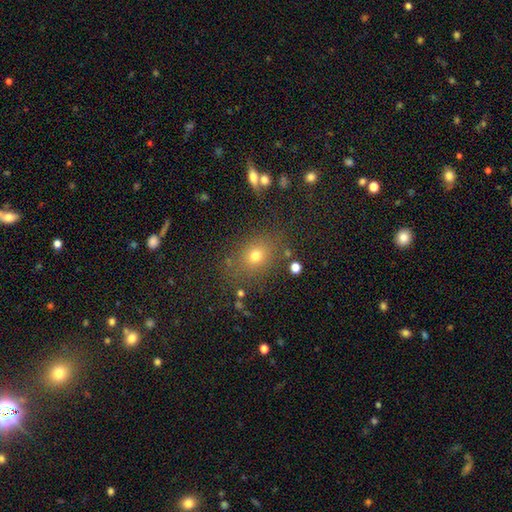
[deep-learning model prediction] Morphology: type=smooth (71%); roundness=round (53%); merging=none (79%).